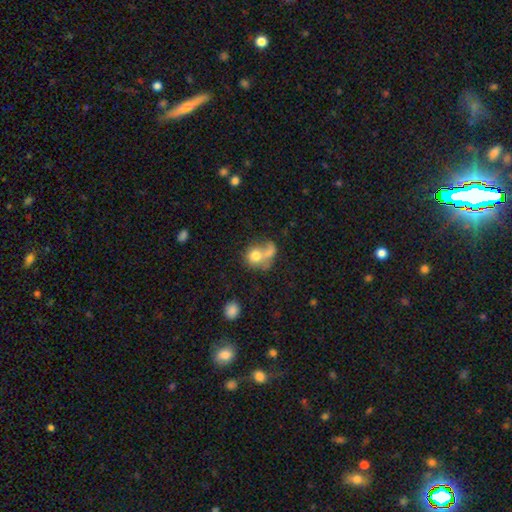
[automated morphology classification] Smooth or featured: smooth — 71% (featured or disk — 20%)
How rounded: round — 69% (in between — 30%)
Merging: merger — 57% (none — 23%)